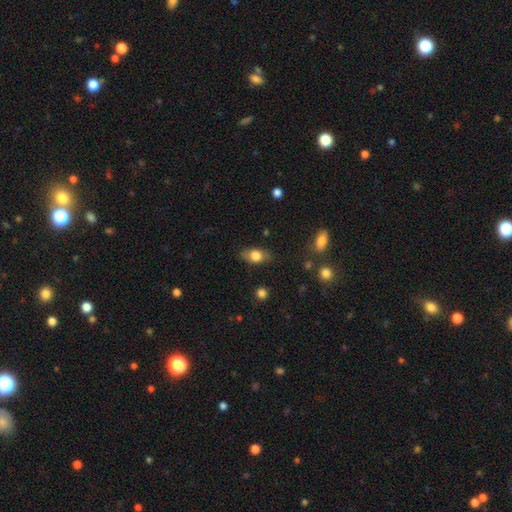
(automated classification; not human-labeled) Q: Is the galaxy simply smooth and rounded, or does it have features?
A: smooth — 73%.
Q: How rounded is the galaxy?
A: in between — 81%.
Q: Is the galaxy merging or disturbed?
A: none — 78%.